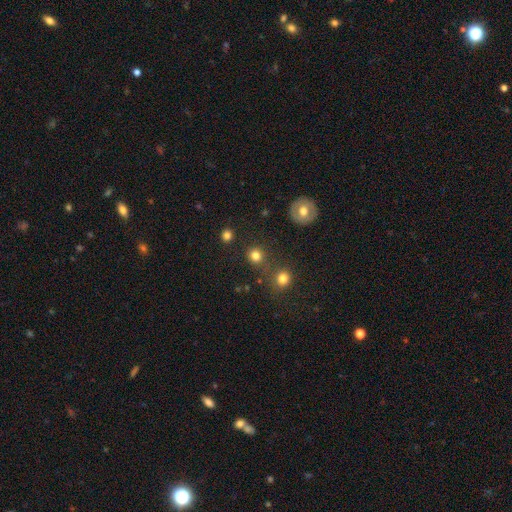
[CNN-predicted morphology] Q: Smooth or featured?
A: smooth (80%); runner-up: star or artifact (14%)
Q: How rounded?
A: round (90%); runner-up: in between (9%)
Q: Merging?
A: none (79%); runner-up: minor disturbance (8%)